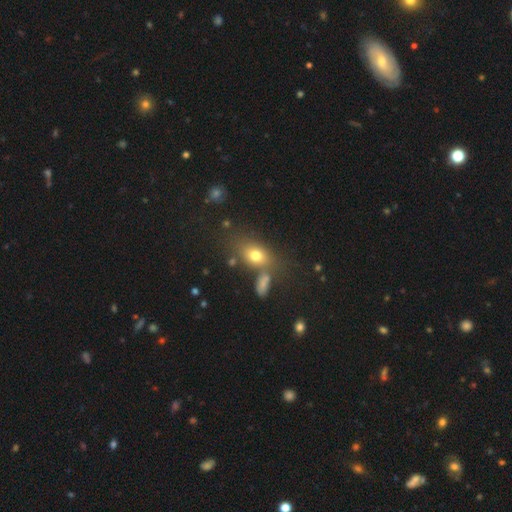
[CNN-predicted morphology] Smooth or featured? Predicted: smooth (p=0.73). How rounded? Predicted: in between (p=0.71). Merging? Predicted: none (p=0.62).